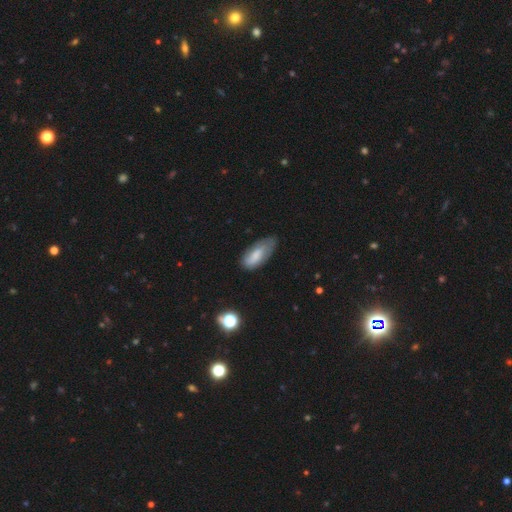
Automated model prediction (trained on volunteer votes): This is likely a smooth galaxy (67%). How rounded: clearly in between (85%). Merging: possibly none (54%).